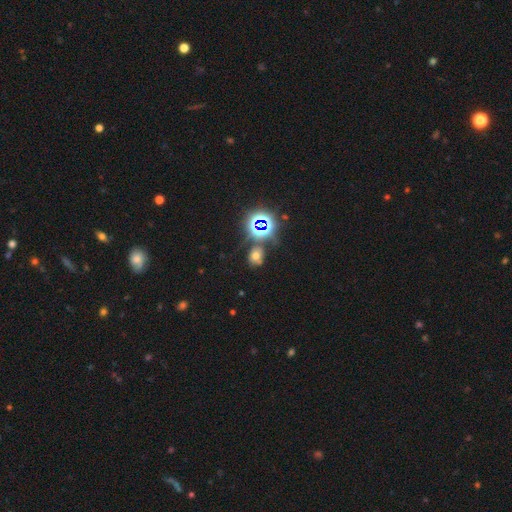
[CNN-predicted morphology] Smooth or featured: smooth — 48% (star or artifact — 38%)
Merging: none — 66% (minor disturbance — 17%)